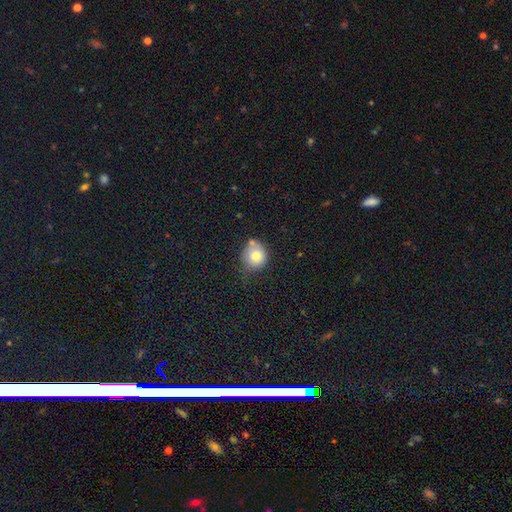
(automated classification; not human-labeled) This appears to be a smooth galaxy with no disk features (78%) that is round (87%). Merging: none (54%).